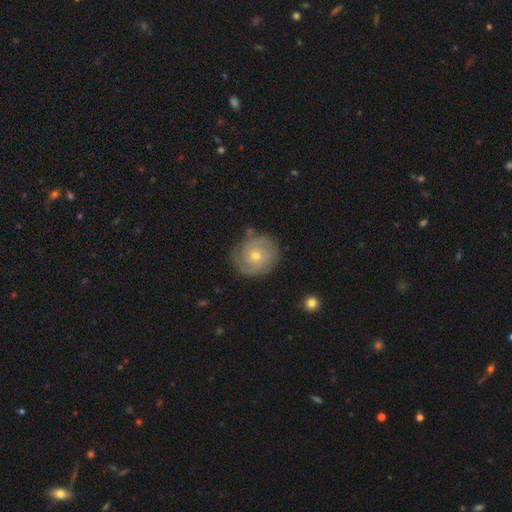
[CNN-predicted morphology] type=featured or disk (69%); edge-on=no (97%); bar=no (82%); spiral arms=yes (87%); winding=tight (66%); arm count=can't tell (32%); bulge=small (52%); merging=none (81%).